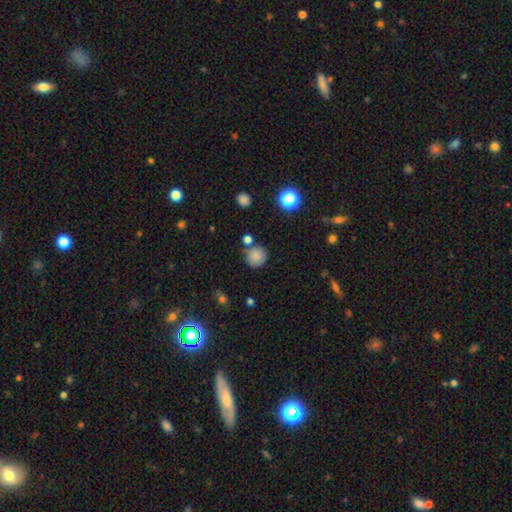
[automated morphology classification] A smooth galaxy with no disk features (84%) that is round (92%).

Vote fractions:
- Smooth or featured? smooth: 84% / star or artifact: 11% / featured or disk: 5%
- How rounded? round: 92% / in between: 7% / cigar-shaped: 1%
- Merging? none: 74% / minor disturbance: 13% / merger: 9% / major disturbance: 4%